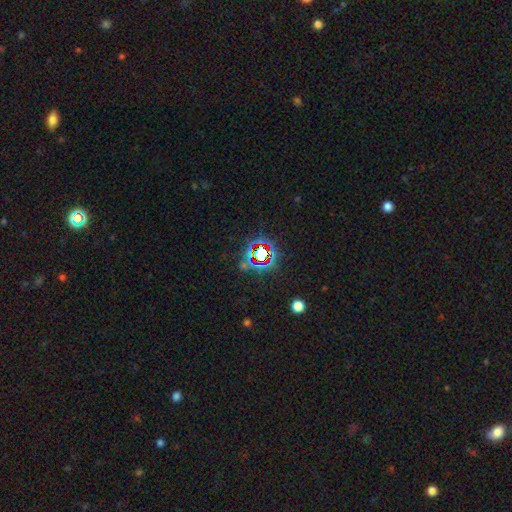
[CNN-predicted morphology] Smooth or featured: star or artifact — 73% (smooth — 17%)